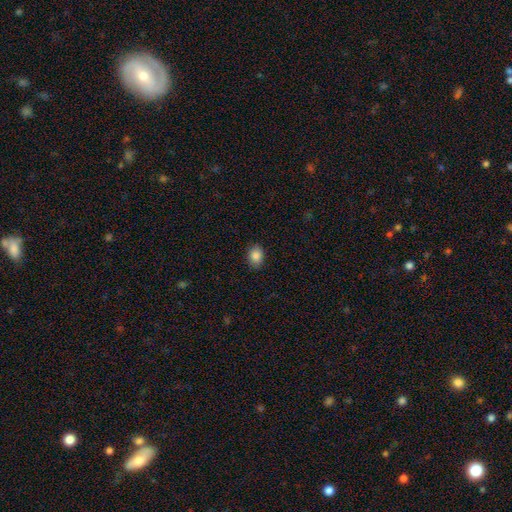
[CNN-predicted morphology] smooth 87%, star or artifact 9%, featured or disk 5%. Down the decision tree: how rounded — in between (65%); merging — none (88%).